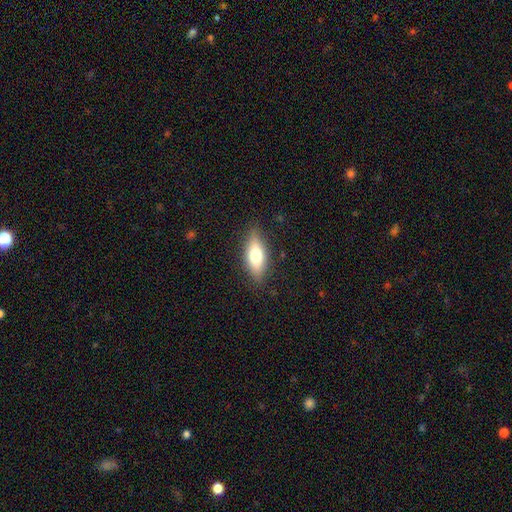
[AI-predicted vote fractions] Smooth or featured?
  - smooth: 65% *
  - featured or disk: 27%
  - star or artifact: 7%
How rounded?
  - in between: 72% *
  - cigar-shaped: 25%
  - round: 4%
Merging?
  - none: 83% *
  - minor disturbance: 13%
  - major disturbance: 3%
  - merger: 1%